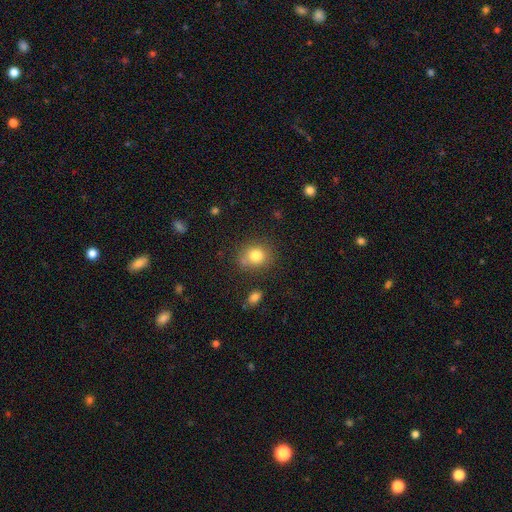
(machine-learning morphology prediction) Smooth or featured?
  - smooth: 80% *
  - star or artifact: 11%
  - featured or disk: 9%
How rounded?
  - round: 73% *
  - in between: 26%
  - cigar-shaped: 1%
Merging?
  - none: 71% *
  - minor disturbance: 16%
  - merger: 8%
  - major disturbance: 5%